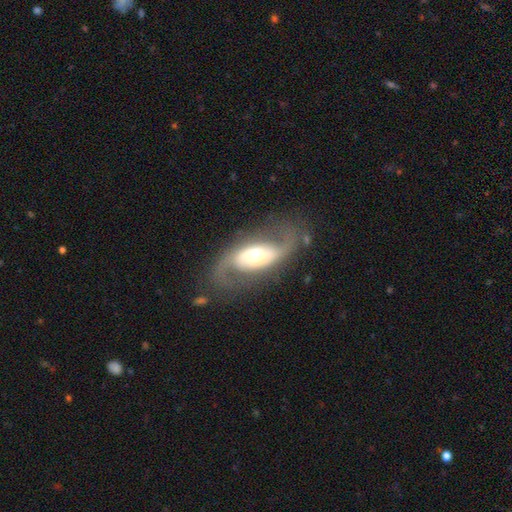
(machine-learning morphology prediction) type=featured or disk (85%); edge-on=no (95%); bar=no (43%); spiral arms=yes (93%); winding=loose (58%); arm count=2 (92%); bulge=moderate (61%); merging=none (72%).